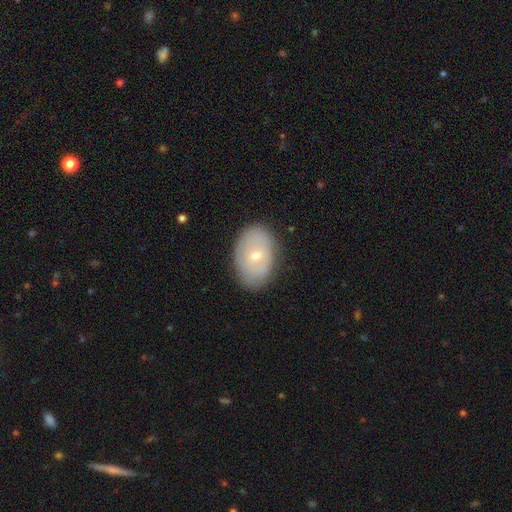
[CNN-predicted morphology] Overall: smooth (54%; featured or disk 39%). How rounded: in between (84%). Merging: none (81%).